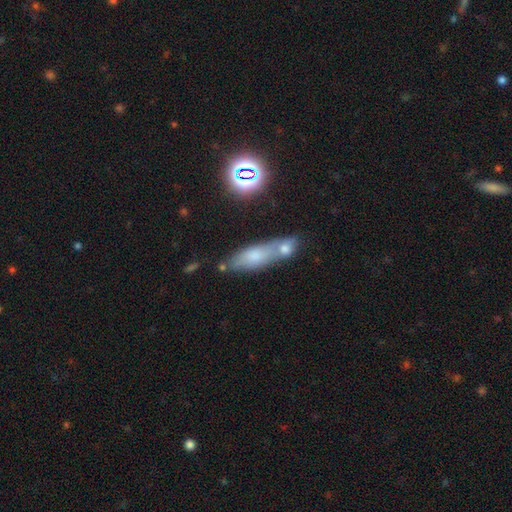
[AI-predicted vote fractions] The model was most divided on "merging": none: 44%, merger: 35%, minor disturbance: 15%, major disturbance: 6%. More confident: smooth or featured — smooth (62%); how rounded — in between (54%).